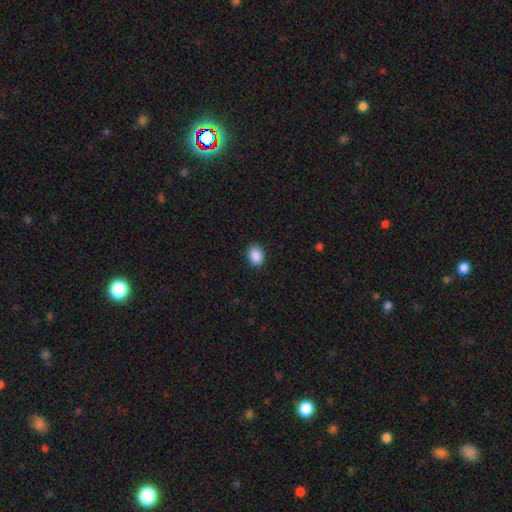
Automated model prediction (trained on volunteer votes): Smooth or featured: smooth — 90% (star or artifact — 8%)
How rounded: in between — 65% (round — 34%)
Merging: none — 90% (minor disturbance — 7%)